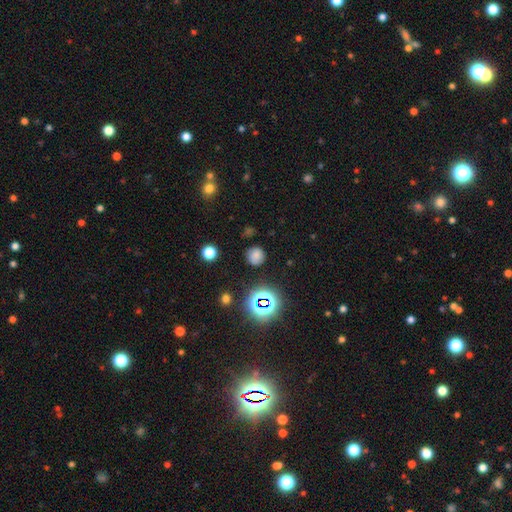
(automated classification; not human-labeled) This is likely a smooth galaxy (71%). How rounded: clearly round (90%). Merging: clearly none (84%).